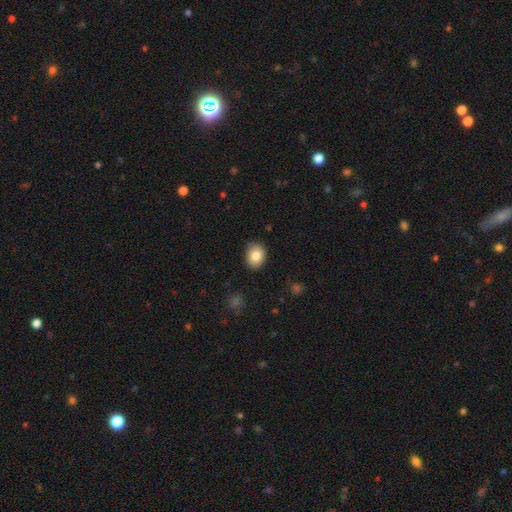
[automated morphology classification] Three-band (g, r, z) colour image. It shows a smooth galaxy with no disk features (82%) that is round (58%). Merging: none (80%).